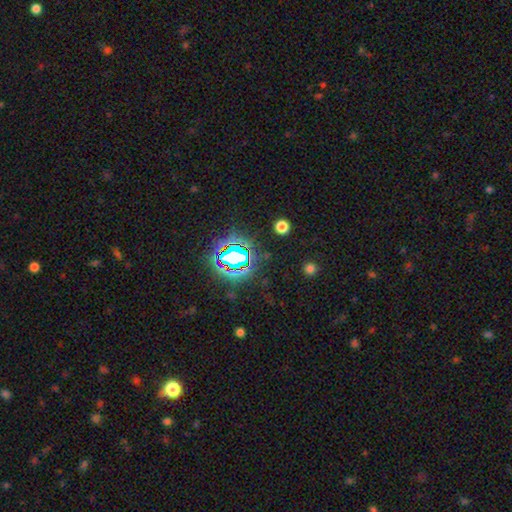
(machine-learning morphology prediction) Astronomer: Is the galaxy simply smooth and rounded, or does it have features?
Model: star or artifact — 78%.